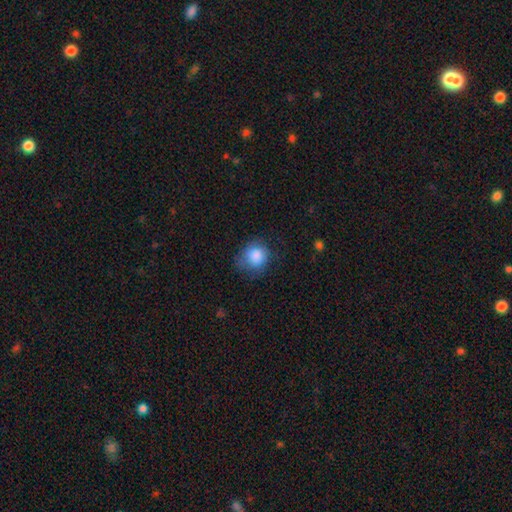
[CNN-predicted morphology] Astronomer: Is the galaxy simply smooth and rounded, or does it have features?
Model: smooth — 85%.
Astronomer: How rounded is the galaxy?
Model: round — 79%.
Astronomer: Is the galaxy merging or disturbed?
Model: none — 63%.